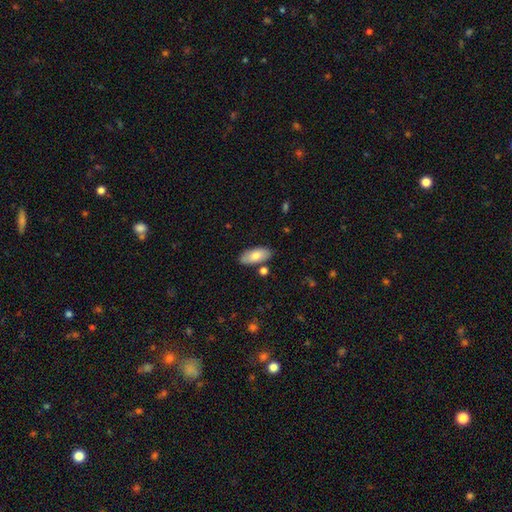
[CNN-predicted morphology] Smooth or featured: smooth — 76% (featured or disk — 18%)
How rounded: in between — 89% (cigar-shaped — 9%)
Merging: none — 81% (minor disturbance — 12%)